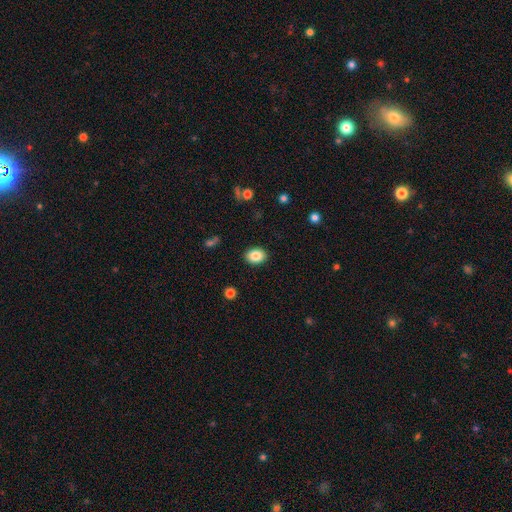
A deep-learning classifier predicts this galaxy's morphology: A smooth galaxy with no disk features (86%) that is in between round and cigar-shaped (71%). Merging: none (90%).